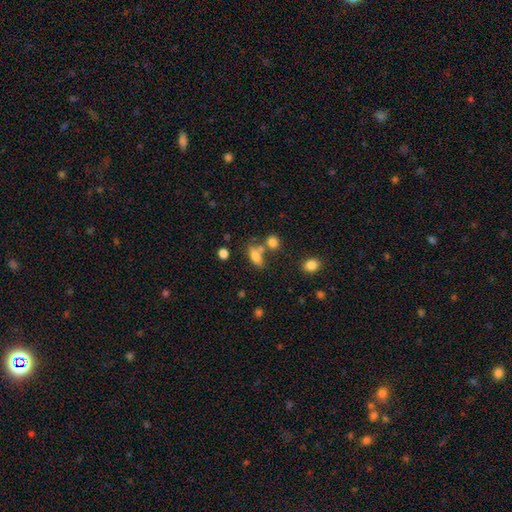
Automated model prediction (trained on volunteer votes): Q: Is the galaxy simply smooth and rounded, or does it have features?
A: smooth — 77%.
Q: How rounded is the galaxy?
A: in between — 75%.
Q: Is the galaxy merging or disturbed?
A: none — 53%.